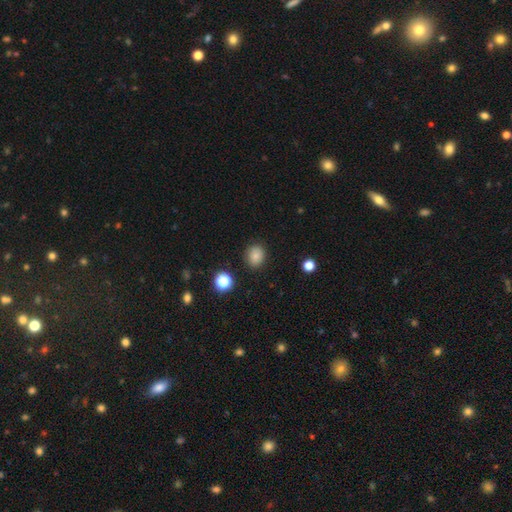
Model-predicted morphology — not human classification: This is clearly a smooth galaxy (83%). How rounded: likely round (68%). Merging: clearly none (87%).